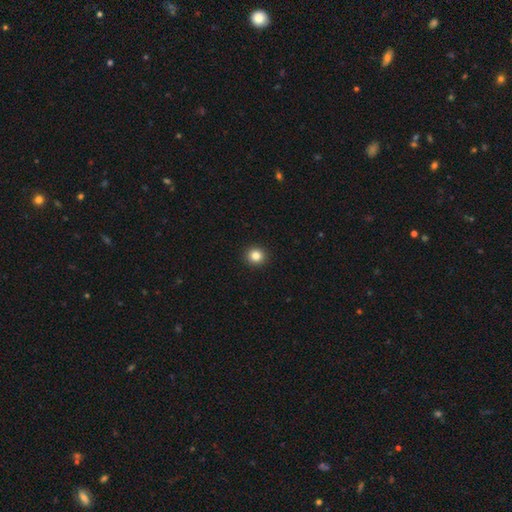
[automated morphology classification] Smooth or featured? Predicted: smooth (p=0.84). How rounded? Predicted: round (p=0.92). Merging? Predicted: none (p=0.93).